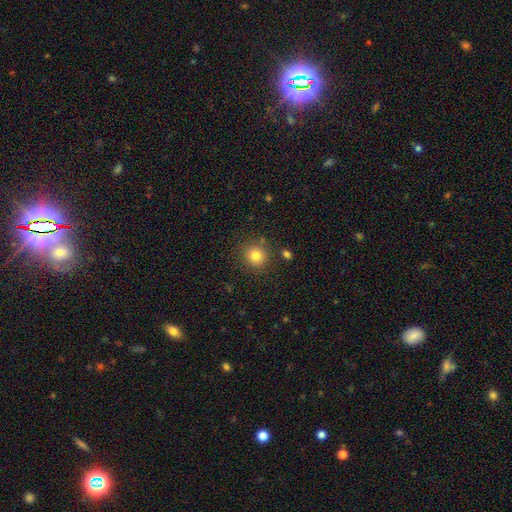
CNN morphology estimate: smooth-or-featured: smooth: 82% | star or artifact: 12% | featured or disk: 6%
  how-rounded: round: 91% | in between: 8% | cigar-shaped: 1%
  merging: none: 85% | minor disturbance: 8% | merger: 3% | major disturbance: 3%